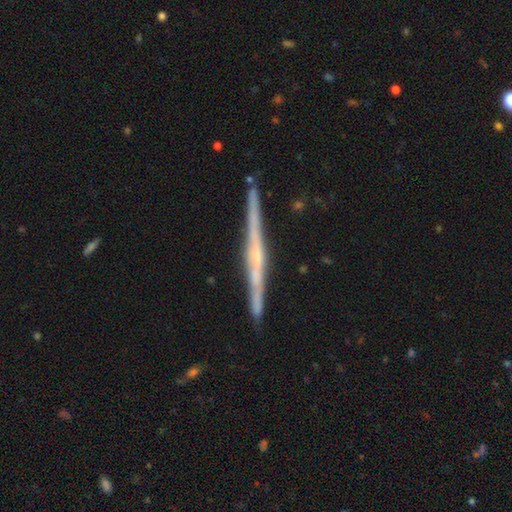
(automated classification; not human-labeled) smooth_or_featured: featured or disk (p=0.82) [alt: smooth p=0.13]
disk_edge_on: yes (p=0.98) [alt: no p=0.02]
edge_on_bulge: rounded (p=0.48) [alt: none p=0.37]
merging: none (p=0.91) [alt: minor disturbance p=0.07]